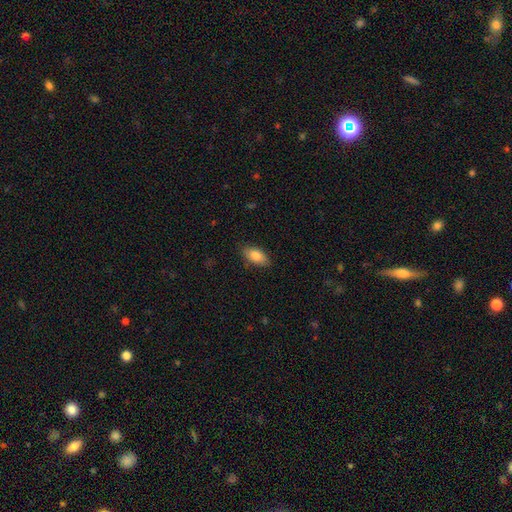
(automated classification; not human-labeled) Q: Smooth or featured?
A: smooth (84%); runner-up: featured or disk (9%)
Q: How rounded?
A: in between (91%); runner-up: cigar-shaped (5%)
Q: Merging?
A: none (84%); runner-up: minor disturbance (12%)